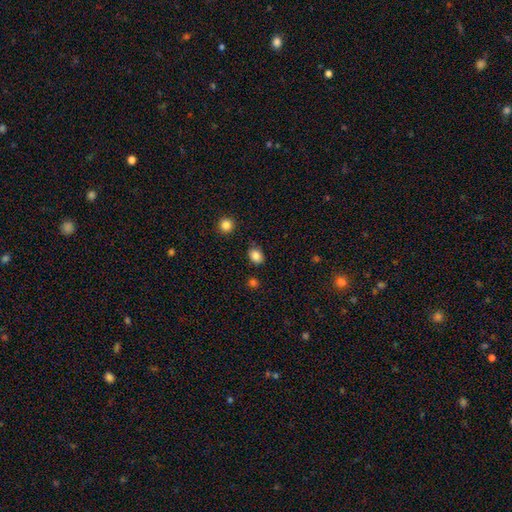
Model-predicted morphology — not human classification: A smooth galaxy with no disk features (84%) that is in between round and cigar-shaped (64%). Merging: none (81%).